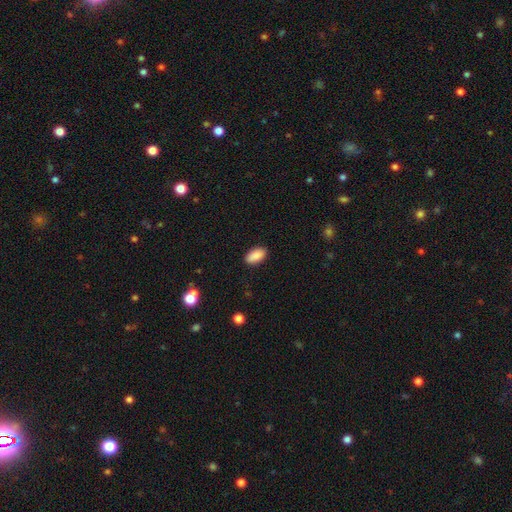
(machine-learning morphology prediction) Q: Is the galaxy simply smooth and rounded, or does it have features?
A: smooth — 89%.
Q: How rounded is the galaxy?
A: in between — 92%.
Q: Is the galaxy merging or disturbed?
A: none — 88%.